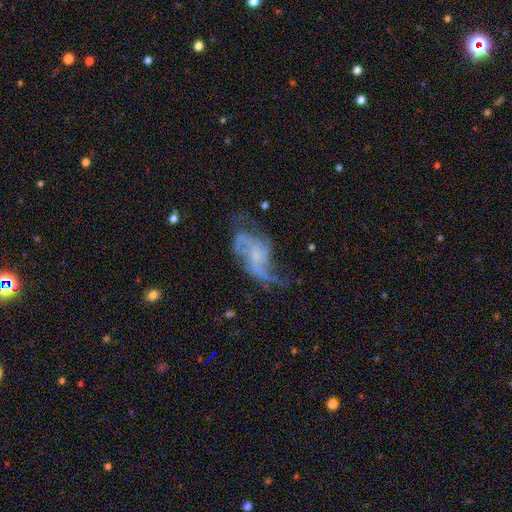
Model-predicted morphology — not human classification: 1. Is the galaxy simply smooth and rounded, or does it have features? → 79% featured or disk, 12% smooth, 9% star or artifact.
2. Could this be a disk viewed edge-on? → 96% no, 4% yes.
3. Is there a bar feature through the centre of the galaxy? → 63% no, 30% weak, 6% strong.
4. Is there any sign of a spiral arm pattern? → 84% yes, 16% no.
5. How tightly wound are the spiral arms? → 62% loose, 28% medium, 9% tight.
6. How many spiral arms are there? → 39% 2, 23% 3, 19% can't tell, 7% 4, 7% 1, 5% more than 4.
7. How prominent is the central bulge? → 52% small, 29% none, 16% moderate, 2% large, 1% dominant.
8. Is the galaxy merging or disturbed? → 40% none, 35% major disturbance, 21% minor disturbance, 4% merger.